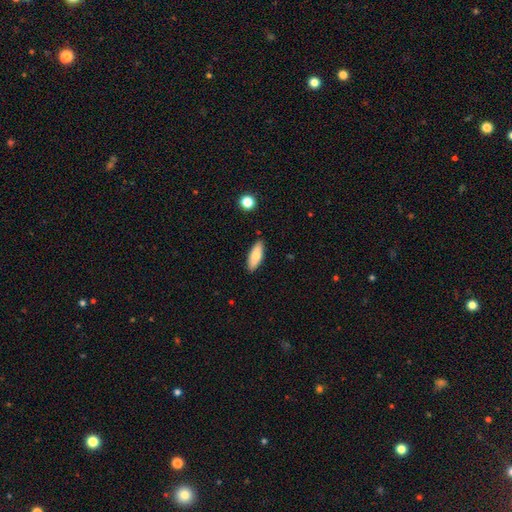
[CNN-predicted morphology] Overall: smooth (73%). How rounded: in between (73%). Merging: none (87%).